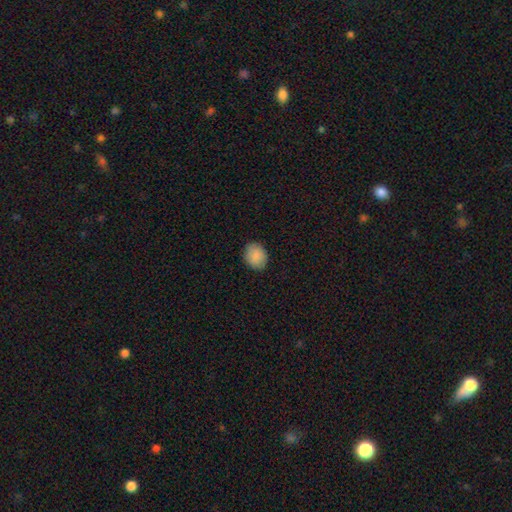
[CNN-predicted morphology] smooth 89%, star or artifact 7%, featured or disk 4%. Down the decision tree: how rounded — round (58%); merging — none (88%).